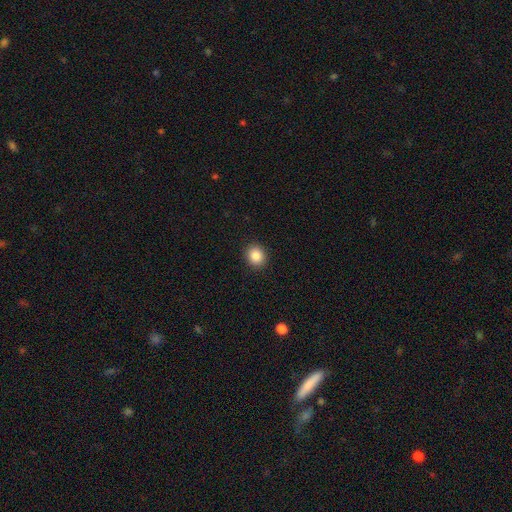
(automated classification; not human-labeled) smooth_or_featured: smooth (p=0.86) [alt: star or artifact p=0.09]
how_rounded: round (p=0.75) [alt: in between p=0.24]
merging: none (p=0.91) [alt: minor disturbance p=0.06]